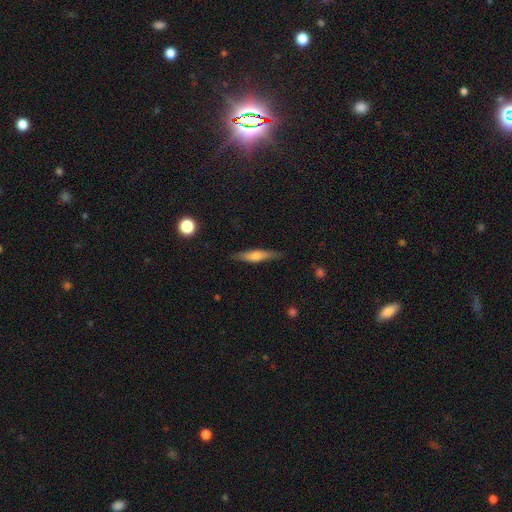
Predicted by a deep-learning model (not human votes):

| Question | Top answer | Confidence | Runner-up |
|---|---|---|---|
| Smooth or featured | smooth | 47% | tied: featured or disk (47%) |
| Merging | none | 87% | minor disturbance (10%) |